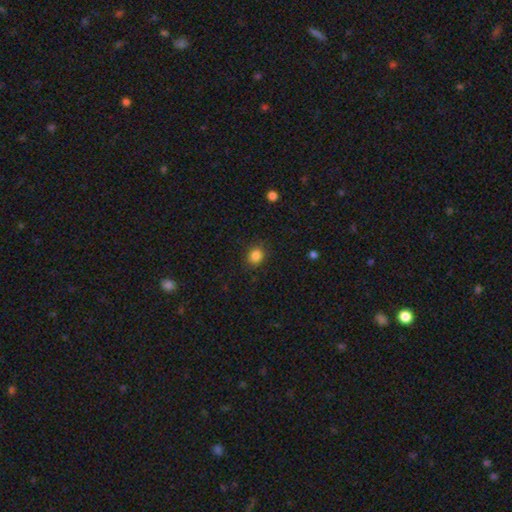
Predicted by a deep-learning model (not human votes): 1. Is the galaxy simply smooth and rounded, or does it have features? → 85% smooth, 11% star or artifact, 4% featured or disk.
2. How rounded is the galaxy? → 74% round, 25% in between, 1% cigar-shaped.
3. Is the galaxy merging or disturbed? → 88% none, 9% minor disturbance, 3% major disturbance, 1% merger.